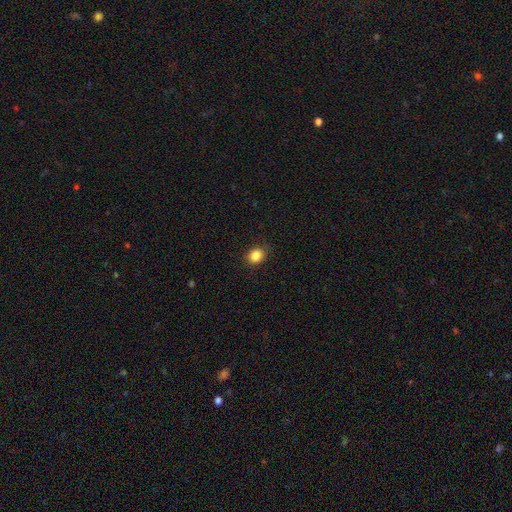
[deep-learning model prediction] Q: Smooth or featured?
A: smooth (85%); runner-up: star or artifact (10%)
Q: How rounded?
A: round (64%); runner-up: in between (35%)
Q: Merging?
A: none (86%); runner-up: minor disturbance (11%)